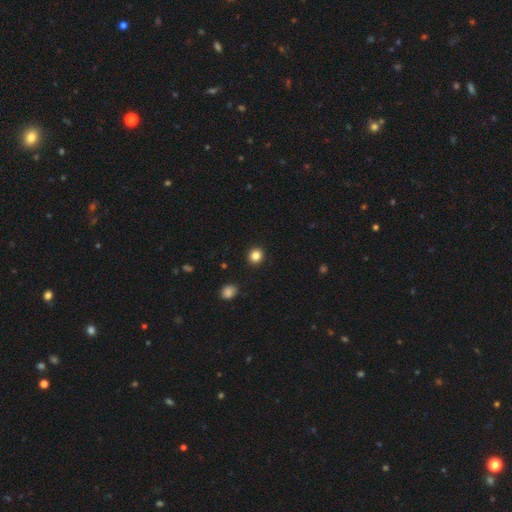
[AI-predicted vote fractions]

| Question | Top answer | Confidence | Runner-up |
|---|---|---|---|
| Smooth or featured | smooth | 84% | star or artifact (11%) |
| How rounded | round | 88% | in between (11%) |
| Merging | none | 93% | minor disturbance (5%) |